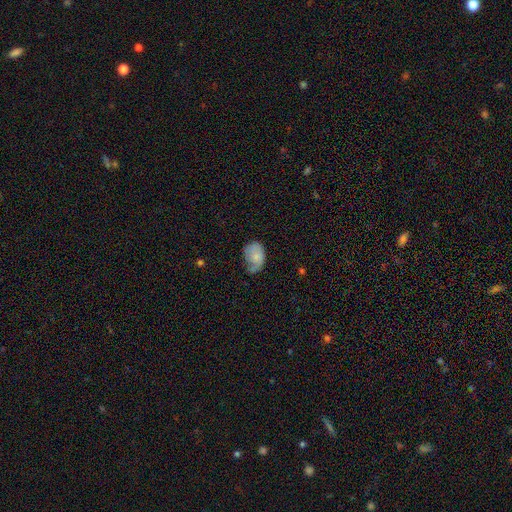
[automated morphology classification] smooth-or-featured: smooth: 65% | featured or disk: 27% | star or artifact: 7%
  how-rounded: in between: 78% | round: 21% | cigar-shaped: 1%
  merging: minor disturbance: 41% | none: 32% | major disturbance: 24% | merger: 3%